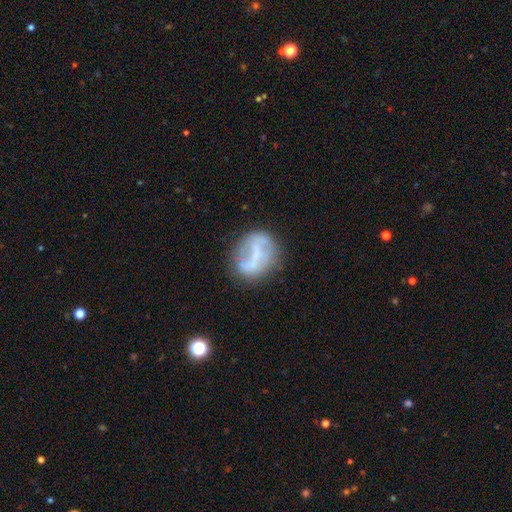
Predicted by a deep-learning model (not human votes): Morphology: type=featured or disk (52%); edge-on=no (96%); merging=none (56%).